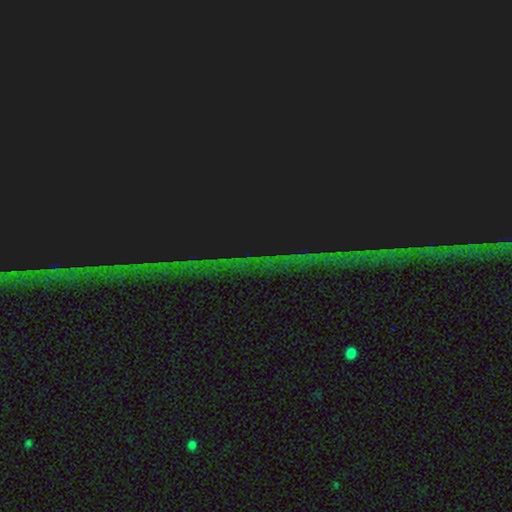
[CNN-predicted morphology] star or artifact 85%, featured or disk 8%, smooth 7%.